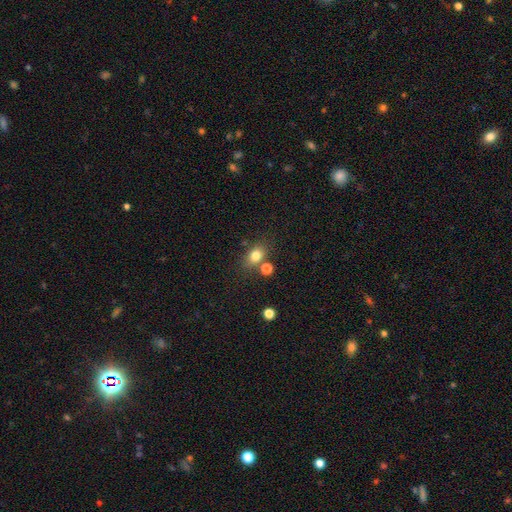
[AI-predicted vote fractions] Smooth or featured?
  - smooth: 79% *
  - star or artifact: 12%
  - featured or disk: 9%
How rounded?
  - in between: 62% *
  - round: 36%
  - cigar-shaped: 2%
Merging?
  - none: 69% *
  - merger: 14%
  - minor disturbance: 13%
  - major disturbance: 4%